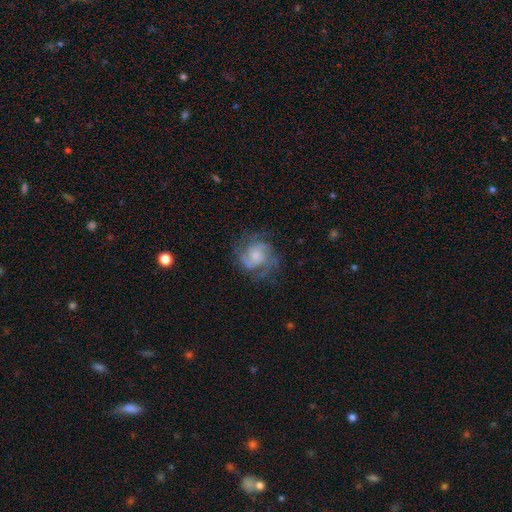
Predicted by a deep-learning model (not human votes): Smooth or featured?
  - featured or disk: 73% *
  - smooth: 19%
  - star or artifact: 8%
Edge-on disk?
  - no: 98% *
  - yes: 2%
Bar?
  - no: 70% *
  - weak: 27%
  - strong: 4%
Spiral arms?
  - yes: 91% *
  - no: 9%
Spiral winding?
  - medium: 47% *
  - tight: 36%
  - loose: 17%
Spiral arm count?
  - 3: 28% *
  - 2: 26%
  - can't tell: 26%
  - 4: 9%
  - 1: 6%
  - more than 4: 5%
Bulge size?
  - small: 43% *
  - moderate: 41%
  - none: 7%
  - large: 7%
  - dominant: 1%
Merging?
  - none: 66% *
  - minor disturbance: 19%
  - major disturbance: 14%
  - merger: 1%